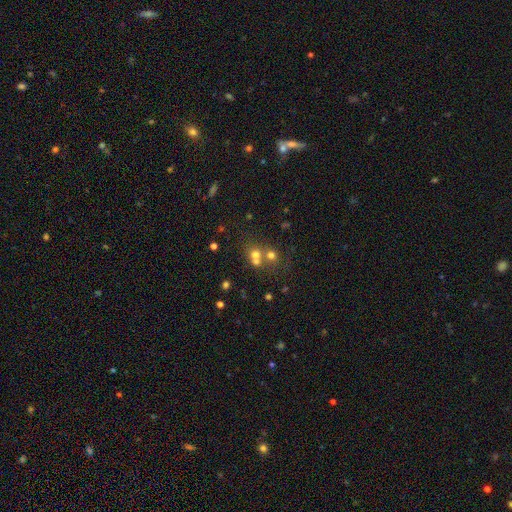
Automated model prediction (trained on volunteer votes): This appears to be a smooth galaxy with no disk features (63%) that is round (82%). Merging: merger (51%).